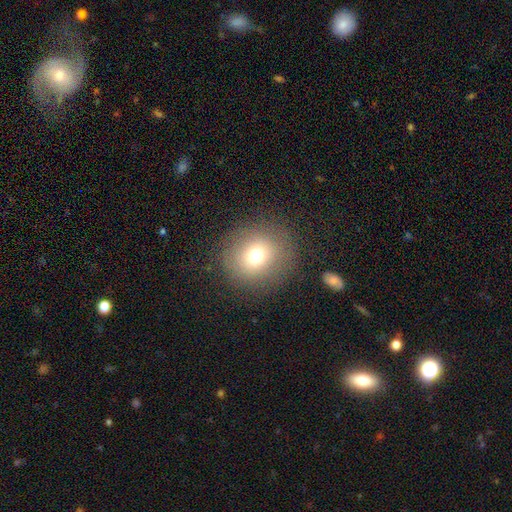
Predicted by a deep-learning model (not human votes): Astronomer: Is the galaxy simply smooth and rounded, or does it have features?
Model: smooth — 70%.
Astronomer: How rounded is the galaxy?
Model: round — 87%.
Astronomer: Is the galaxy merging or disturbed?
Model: none — 85%.